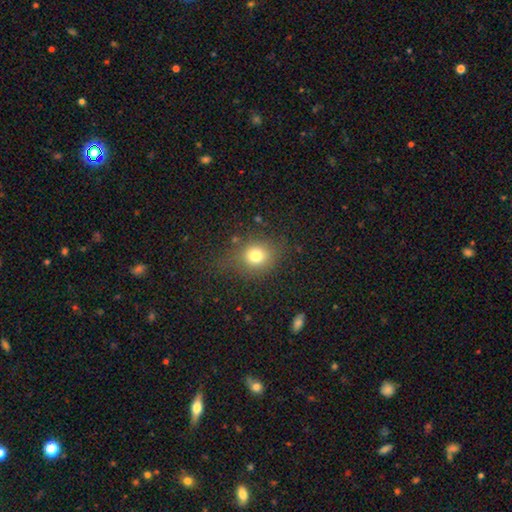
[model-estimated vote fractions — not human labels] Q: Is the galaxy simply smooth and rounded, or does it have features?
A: smooth — 76%.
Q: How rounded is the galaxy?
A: round — 77%.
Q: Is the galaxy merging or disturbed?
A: none — 72%.